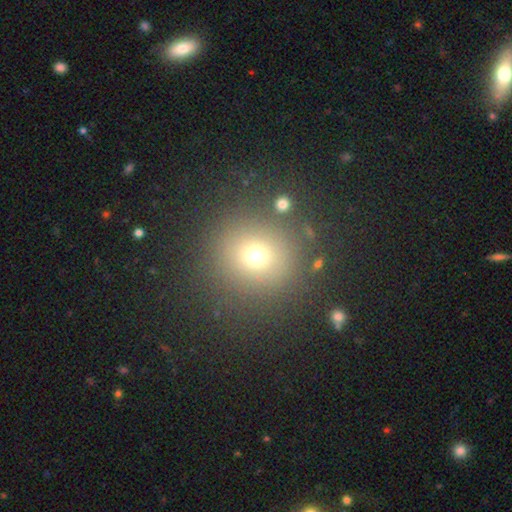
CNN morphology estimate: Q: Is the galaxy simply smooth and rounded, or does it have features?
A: smooth — 68%.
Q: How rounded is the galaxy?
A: round — 93%.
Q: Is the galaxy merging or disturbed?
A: none — 86%.